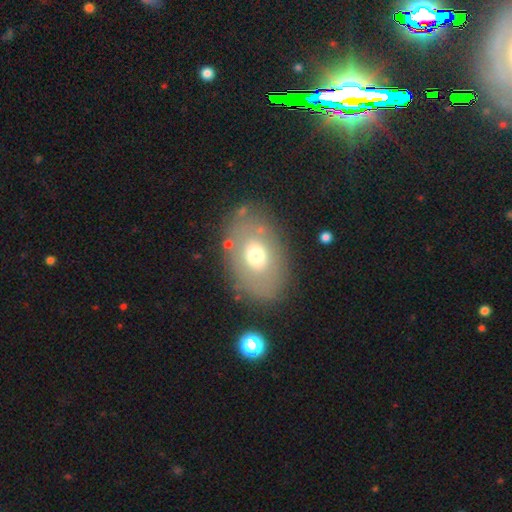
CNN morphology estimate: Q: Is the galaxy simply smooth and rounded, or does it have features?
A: smooth — 59%.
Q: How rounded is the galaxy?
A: in between — 81%.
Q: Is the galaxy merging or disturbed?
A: none — 79%.